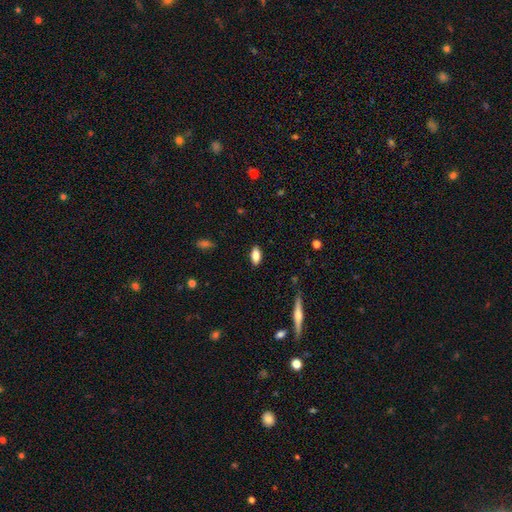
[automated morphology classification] This is likely a smooth galaxy (79%). How rounded: clearly in between (86%). Merging: clearly none (87%).